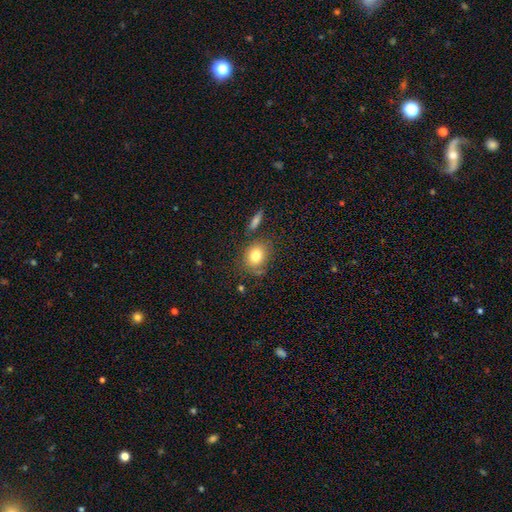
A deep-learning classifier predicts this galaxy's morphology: Smooth or featured: smooth — 79% (featured or disk — 11%)
How rounded: round — 60% (in between — 38%)
Merging: none — 71% (minor disturbance — 16%)